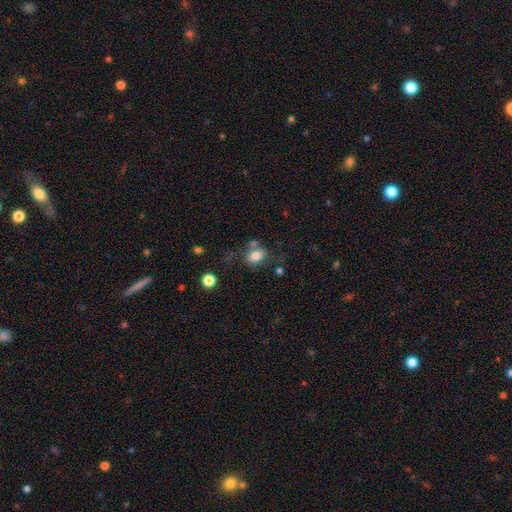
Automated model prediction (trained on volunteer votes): Smooth or featured?
  - smooth: 80% *
  - featured or disk: 10%
  - star or artifact: 10%
How rounded?
  - in between: 64% *
  - round: 35%
  - cigar-shaped: 1%
Merging?
  - none: 58% *
  - minor disturbance: 18%
  - merger: 16%
  - major disturbance: 8%